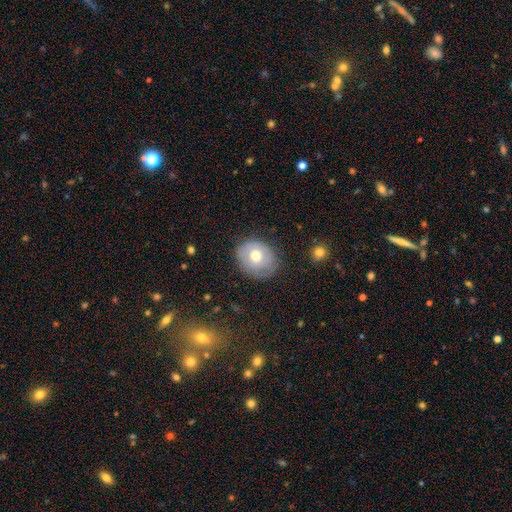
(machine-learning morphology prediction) type=smooth (61%); roundness=round (60%); merging=none (73%).